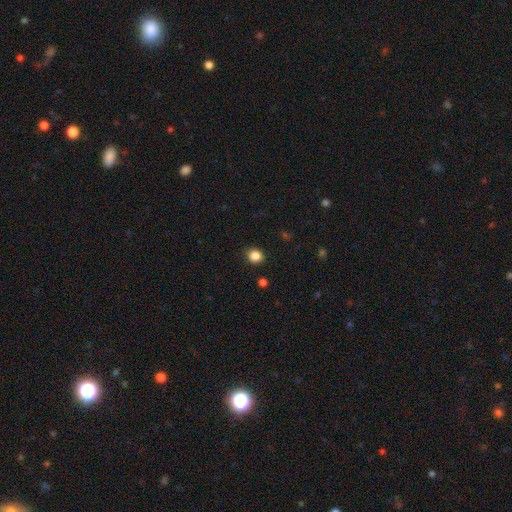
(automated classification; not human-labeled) Smooth or featured?
  - smooth: 86% *
  - star or artifact: 11%
  - featured or disk: 3%
How rounded?
  - round: 82% *
  - in between: 17%
  - cigar-shaped: 1%
Merging?
  - none: 89% *
  - minor disturbance: 7%
  - major disturbance: 2%
  - merger: 1%